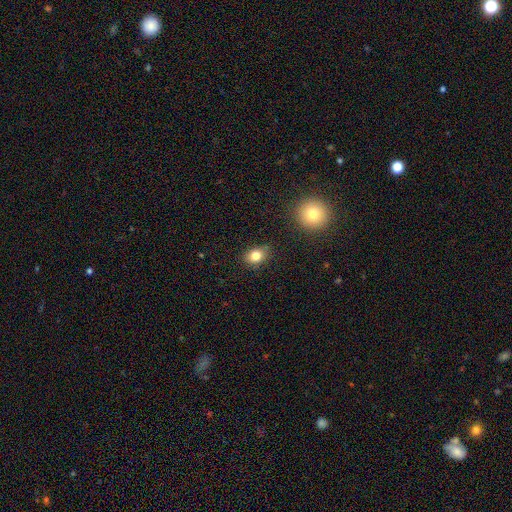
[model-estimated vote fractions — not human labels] Smooth or featured: smooth — 80% (star or artifact — 11%)
How rounded: in between — 60% (round — 38%)
Merging: none — 80% (minor disturbance — 15%)